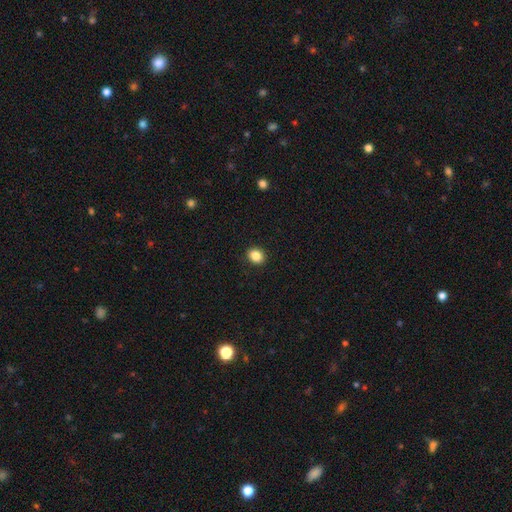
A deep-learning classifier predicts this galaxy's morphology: Smooth or featured? Predicted: smooth (p=0.86). How rounded? Predicted: round (p=0.65). Merging? Predicted: none (p=0.91).